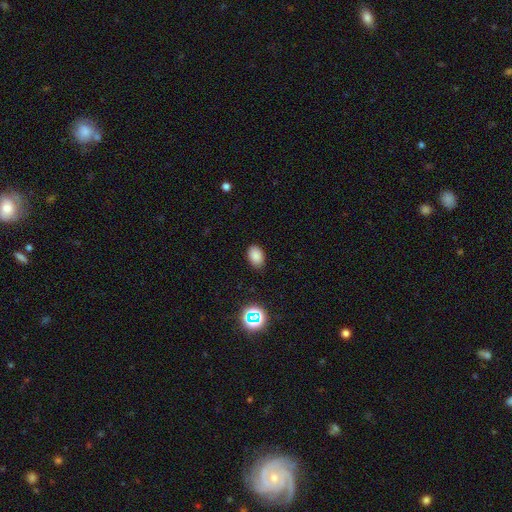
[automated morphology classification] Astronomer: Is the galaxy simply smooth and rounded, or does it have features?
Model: smooth — 82%.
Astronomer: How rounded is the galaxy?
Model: in between — 85%.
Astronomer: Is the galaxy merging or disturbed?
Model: none — 85%.